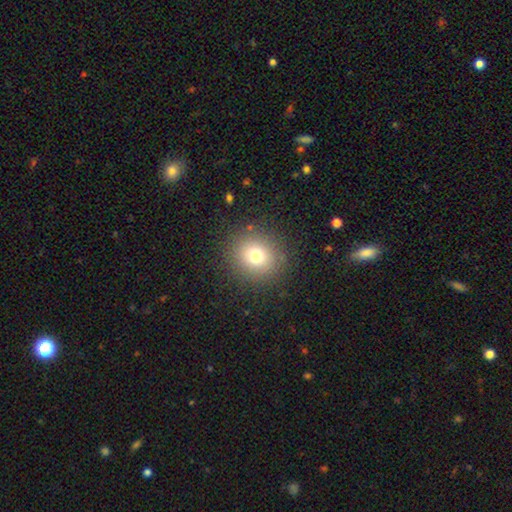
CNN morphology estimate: A smooth galaxy with no disk features (74%) that is round (87%). Merging: none (88%).